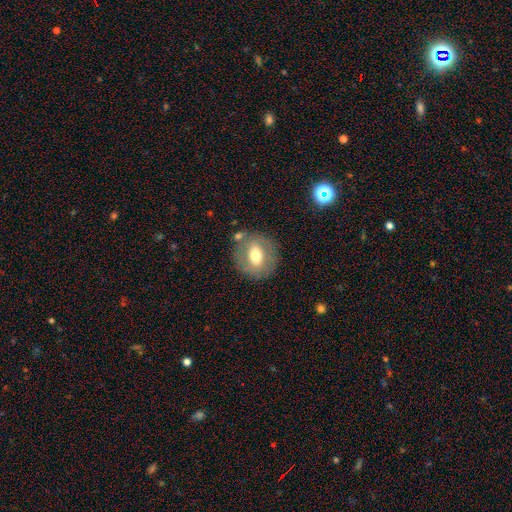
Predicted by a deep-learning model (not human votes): This is possibly a smooth galaxy (50%). Merging: likely none (77%).